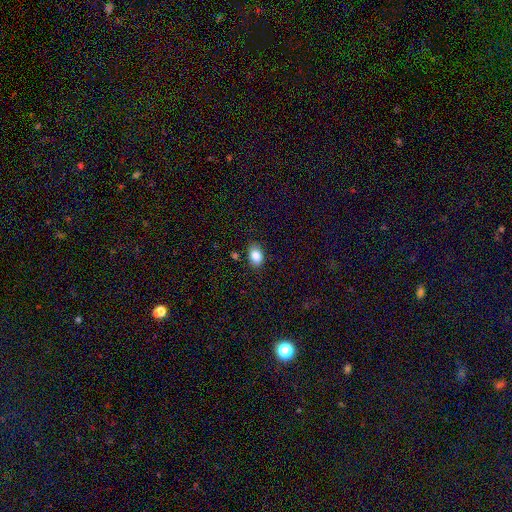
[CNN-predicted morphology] The model was most divided on "merging": none: 82%, minor disturbance: 12%, major disturbance: 3%, merger: 2%. More confident: smooth or featured — smooth (86%); how rounded — in between (86%).